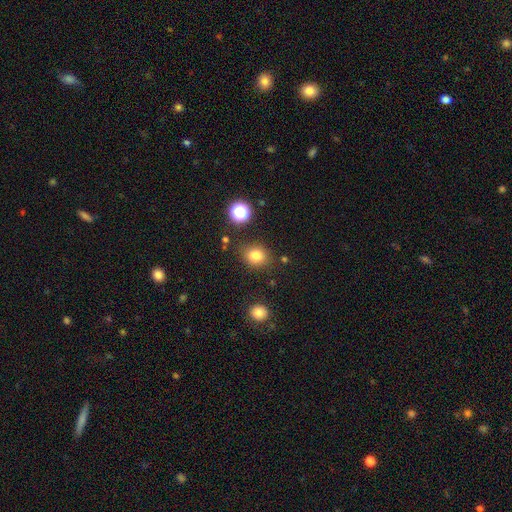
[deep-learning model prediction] smooth 80%, star or artifact 14%, featured or disk 6%. Down the decision tree: how rounded — round (65%); merging — none (82%).